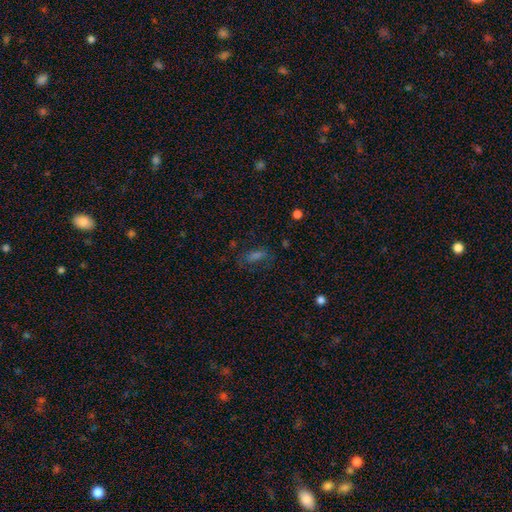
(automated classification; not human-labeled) Overall: smooth (47%; star or artifact 30%). Merging: none (64%).